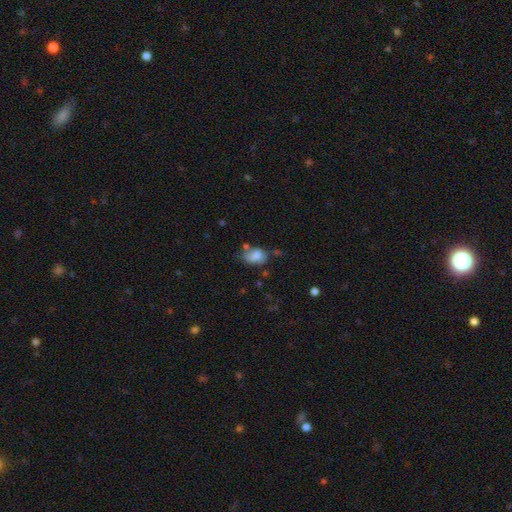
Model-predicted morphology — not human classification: Smooth or featured?
  - smooth: 66% *
  - featured or disk: 23%
  - star or artifact: 10%
How rounded?
  - in between: 81% *
  - round: 18%
  - cigar-shaped: 1%
Merging?
  - none: 39% *
  - minor disturbance: 30%
  - major disturbance: 17%
  - merger: 14%